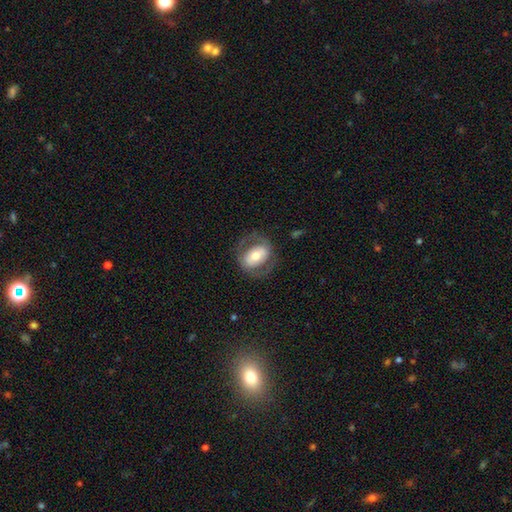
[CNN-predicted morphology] Smooth or featured? featured or disk (50%)
Merging? none (69%)